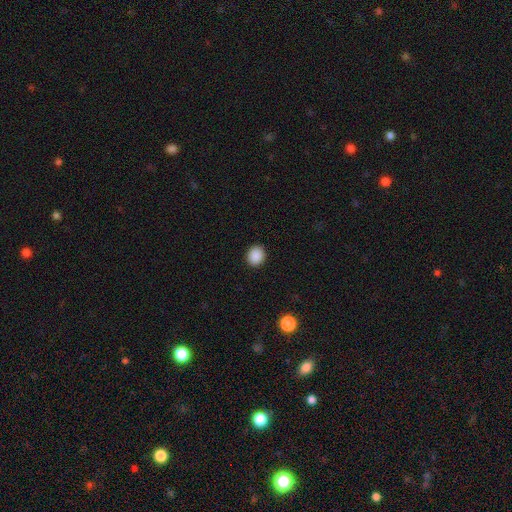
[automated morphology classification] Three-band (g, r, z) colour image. It shows a smooth galaxy with no disk features (89%) that is round (70%). Merging: none (91%).